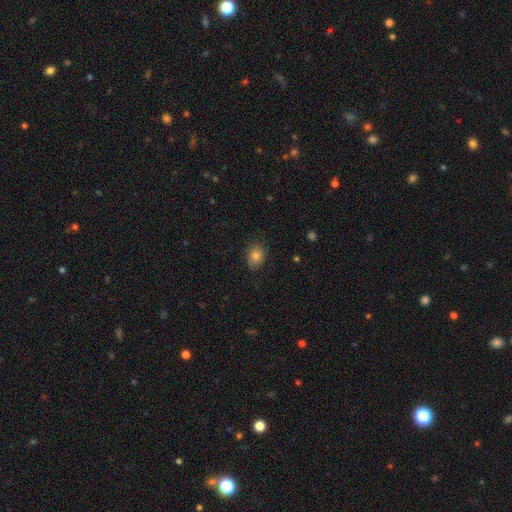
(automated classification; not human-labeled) Smooth or featured? Predicted: smooth (p=0.83). How rounded? Predicted: in between (p=0.58). Merging? Predicted: none (p=0.82).